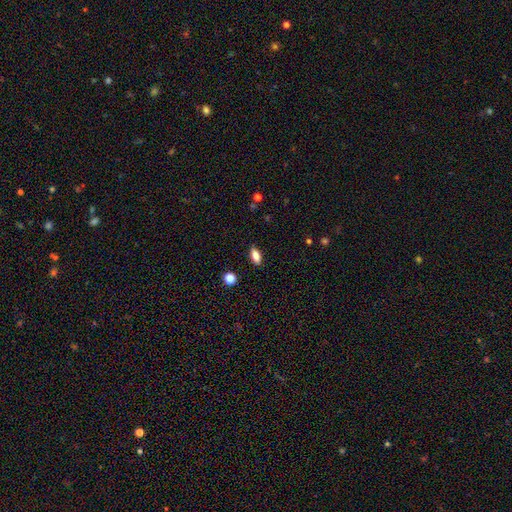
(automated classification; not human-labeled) smooth-or-featured: smooth: 82% | featured or disk: 10% | star or artifact: 8%
  how-rounded: in between: 82% | cigar-shaped: 14% | round: 4%
  merging: none: 88% | minor disturbance: 8% | major disturbance: 2% | merger: 1%